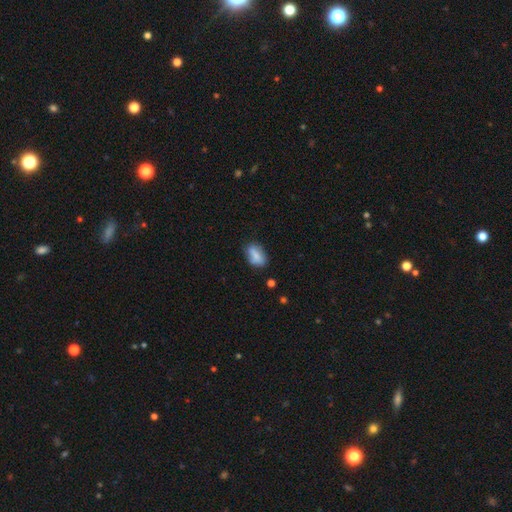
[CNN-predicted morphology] Smooth or featured: smooth — 76% (featured or disk — 17%)
How rounded: in between — 87% (round — 8%)
Merging: none — 63% (minor disturbance — 23%)